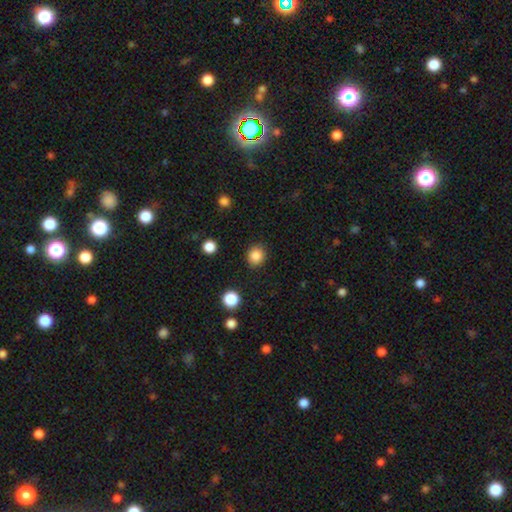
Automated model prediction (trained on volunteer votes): Smooth or featured? Predicted: smooth (p=0.85). How rounded? Predicted: round (p=0.82). Merging? Predicted: none (p=0.89).